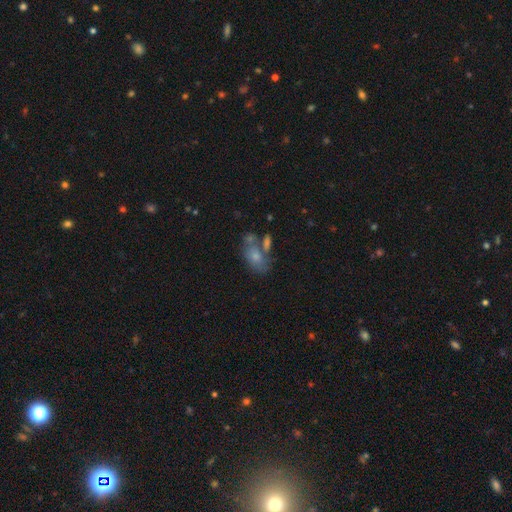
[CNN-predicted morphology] Q: Smooth or featured?
A: smooth (70%); runner-up: featured or disk (21%)
Q: How rounded?
A: in between (88%); runner-up: round (8%)
Q: Merging?
A: none (40%); runner-up: merger (33%)